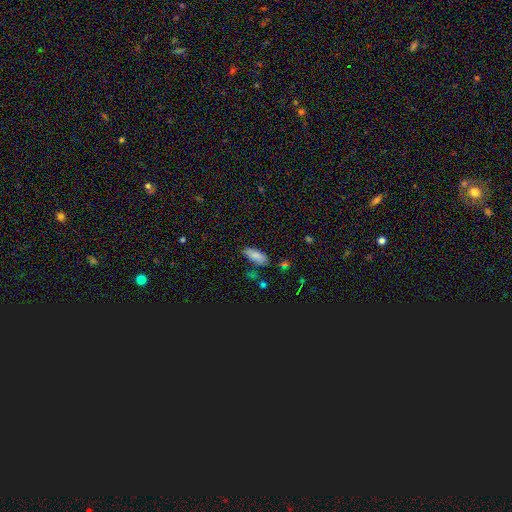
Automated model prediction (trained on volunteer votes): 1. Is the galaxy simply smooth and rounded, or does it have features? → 80% smooth, 11% star or artifact, 9% featured or disk.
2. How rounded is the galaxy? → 80% in between, 17% cigar-shaped, 2% round.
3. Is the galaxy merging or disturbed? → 72% none, 19% minor disturbance, 5% merger, 4% major disturbance.